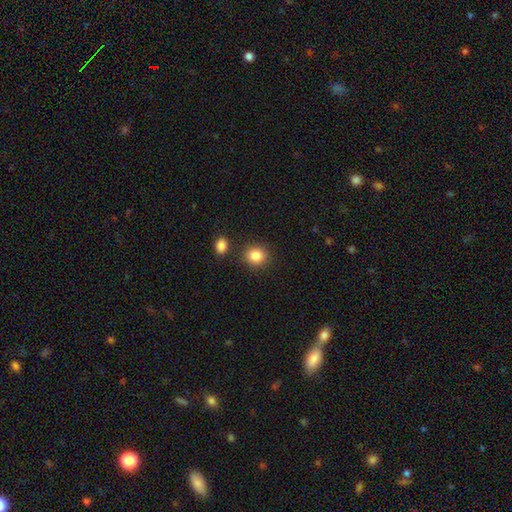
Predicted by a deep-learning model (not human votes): smooth-or-featured: smooth: 85% | star or artifact: 10% | featured or disk: 5%
  how-rounded: round: 80% | in between: 20% | cigar-shaped: 1%
  merging: none: 84% | minor disturbance: 8% | merger: 5% | major disturbance: 3%